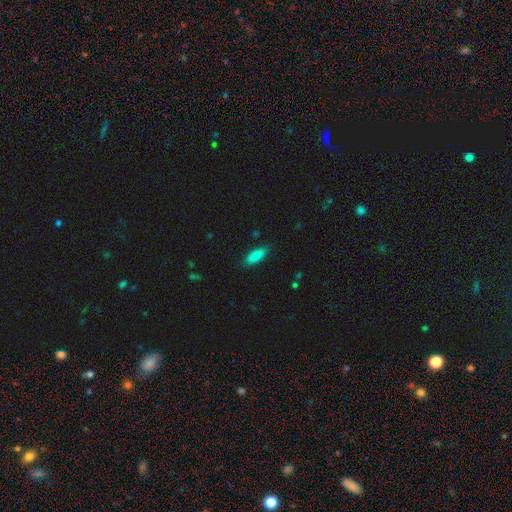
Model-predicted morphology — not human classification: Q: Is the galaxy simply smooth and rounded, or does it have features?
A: smooth — 87%.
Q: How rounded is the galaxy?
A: in between — 63%.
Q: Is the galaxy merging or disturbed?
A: none — 85%.